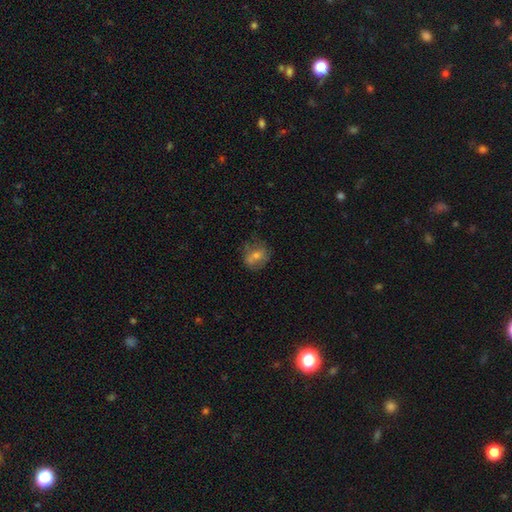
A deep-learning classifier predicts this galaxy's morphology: Smooth or featured: smooth — 51% (featured or disk — 33%)
How rounded: round — 57% (in between — 40%)
Merging: none — 71% (minor disturbance — 19%)